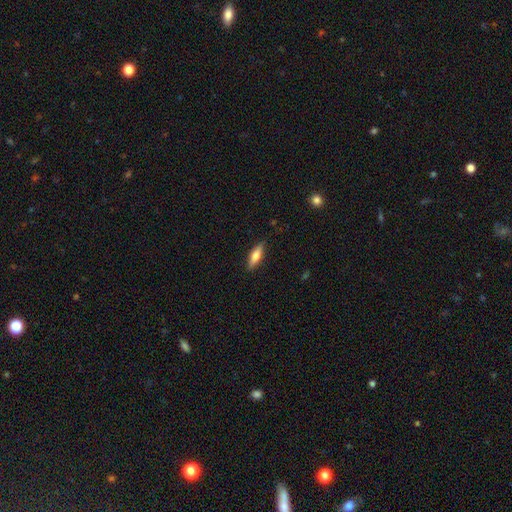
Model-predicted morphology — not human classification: A smooth galaxy with no disk features (62%) that is cigar-shaped (53%).

Vote fractions:
- Smooth or featured? smooth: 62% / featured or disk: 32% / star or artifact: 6%
- How rounded? cigar-shaped: 53% / in between: 45% / round: 2%
- Merging? none: 88% / minor disturbance: 9% / major disturbance: 2% / merger: 1%